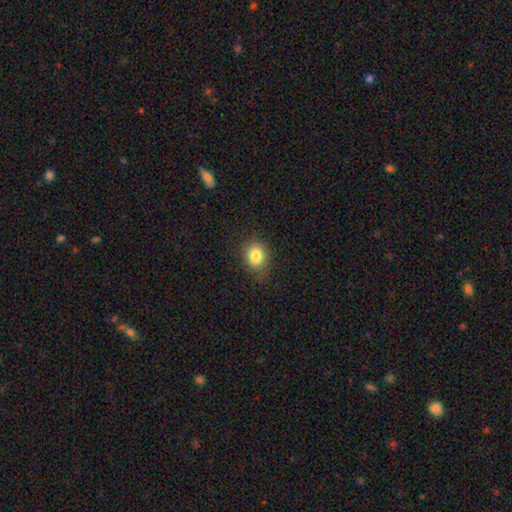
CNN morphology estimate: Smooth or featured? Predicted: smooth (p=0.83). How rounded? Predicted: round (p=0.62). Merging? Predicted: none (p=0.77).